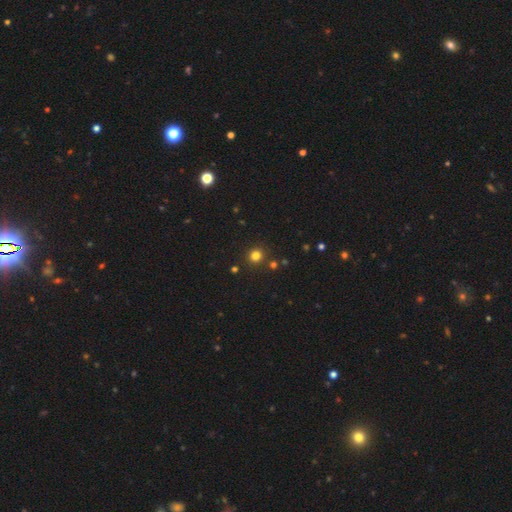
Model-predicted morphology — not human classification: A smooth galaxy with no disk features (78%) that is round (91%).

Vote fractions:
- Smooth or featured? smooth: 78% / star or artifact: 17% / featured or disk: 5%
- How rounded? round: 91% / in between: 8% / cigar-shaped: 1%
- Merging? none: 87% / minor disturbance: 6% / merger: 5% / major disturbance: 2%